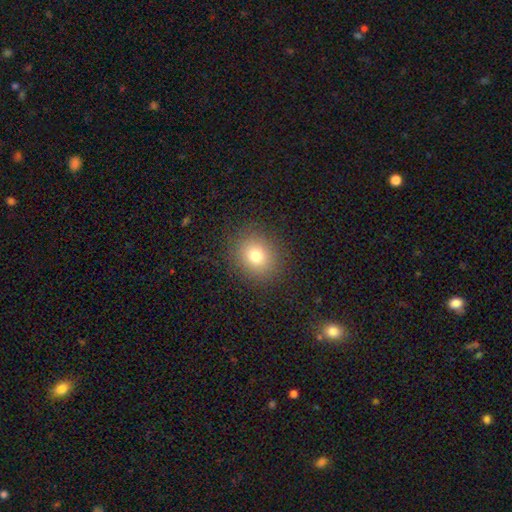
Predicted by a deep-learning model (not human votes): smooth 76%, star or artifact 14%, featured or disk 10%. Down the decision tree: how rounded — round (78%); merging — none (88%).